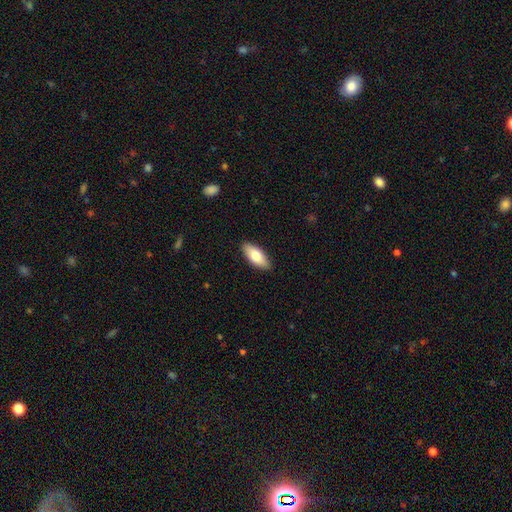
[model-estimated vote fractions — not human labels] Smooth or featured? Predicted: smooth (p=0.77). How rounded? Predicted: in between (p=0.84). Merging? Predicted: none (p=0.89).